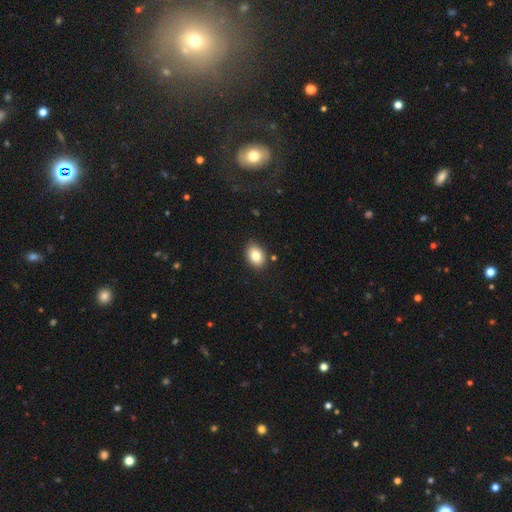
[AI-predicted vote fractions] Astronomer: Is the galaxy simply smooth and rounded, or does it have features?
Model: smooth — 82%.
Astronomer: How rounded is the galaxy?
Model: in between — 73%.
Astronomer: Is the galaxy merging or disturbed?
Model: none — 86%.